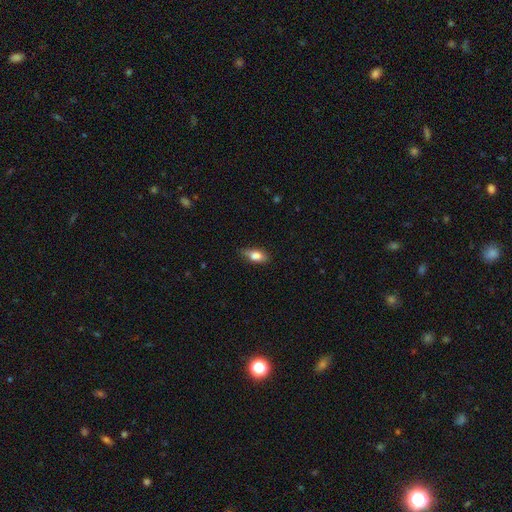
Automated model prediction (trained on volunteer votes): smooth-or-featured: smooth: 79% | featured or disk: 13% | star or artifact: 8%
  how-rounded: in between: 84% | cigar-shaped: 10% | round: 6%
  merging: none: 69% | minor disturbance: 24% | major disturbance: 5% | merger: 2%